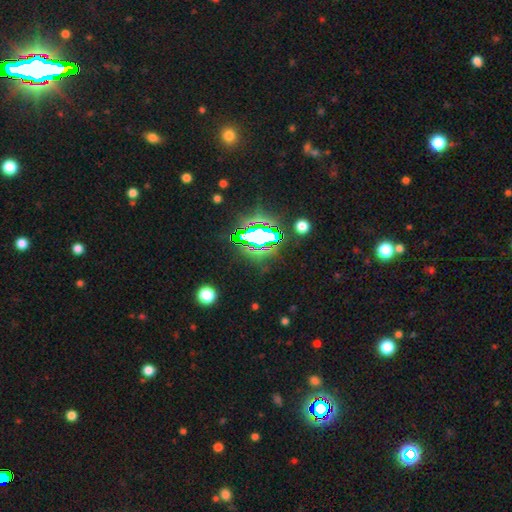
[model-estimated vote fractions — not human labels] A star or artifact, not a galaxy (80%).

Vote fractions:
- Smooth or featured? star or artifact: 80% / smooth: 12% / featured or disk: 8%